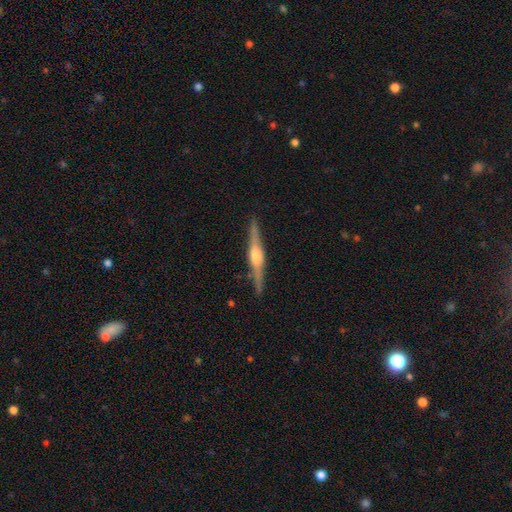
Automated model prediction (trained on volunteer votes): smooth-or-featured: featured or disk: 80% | smooth: 15% | star or artifact: 5%
  disk-edge-on: yes: 98% | no: 2%
    edge-on-bulge: rounded: 81% | boxy: 15% | none: 4%
  merging: none: 90% | minor disturbance: 8% | major disturbance: 2% | merger: 1%